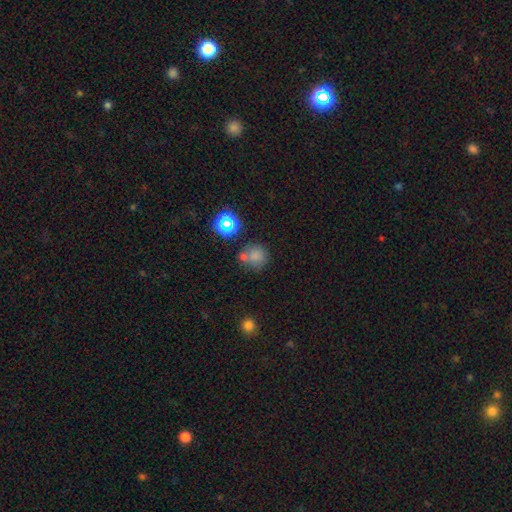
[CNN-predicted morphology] smooth_or_featured: smooth (p=0.72) [alt: star or artifact p=0.18]
how_rounded: round (p=0.86) [alt: in between p=0.13]
merging: none (p=0.57) [alt: merger p=0.24]